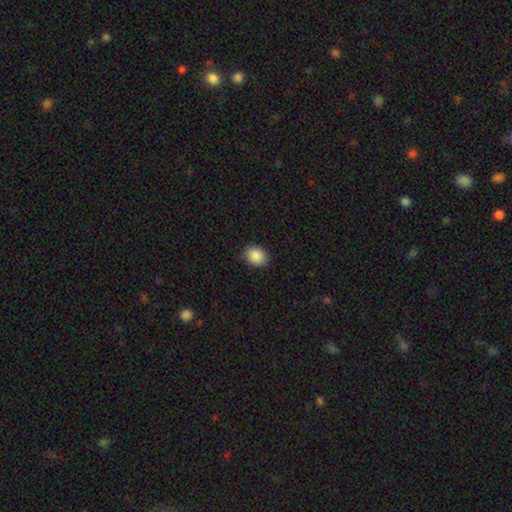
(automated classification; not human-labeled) Q: Smooth or featured?
A: smooth (89%); runner-up: star or artifact (8%)
Q: How rounded?
A: round (52%); runner-up: in between (47%)
Q: Merging?
A: none (88%); runner-up: minor disturbance (9%)